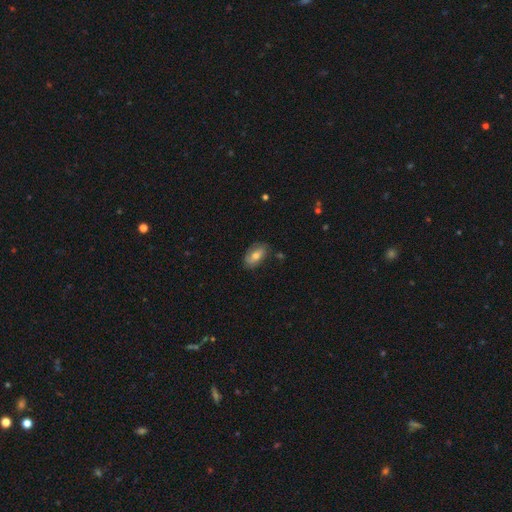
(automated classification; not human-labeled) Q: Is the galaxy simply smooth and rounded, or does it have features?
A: smooth — 58%.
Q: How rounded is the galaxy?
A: in between — 89%.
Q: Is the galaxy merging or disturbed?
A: none — 72%.